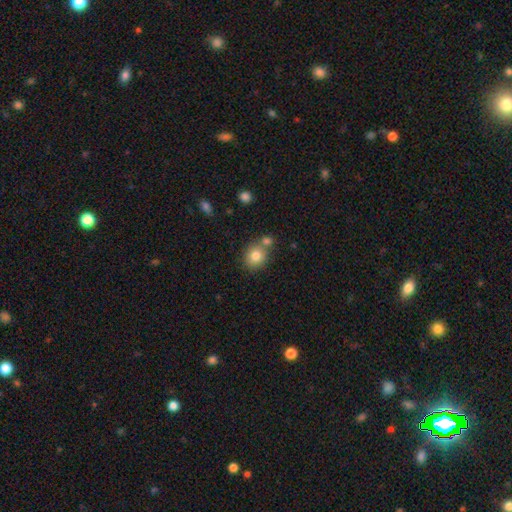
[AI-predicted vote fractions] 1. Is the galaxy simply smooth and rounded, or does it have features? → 80% smooth, 10% star or artifact, 9% featured or disk.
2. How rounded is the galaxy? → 74% round, 25% in between, 1% cigar-shaped.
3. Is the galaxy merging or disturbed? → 63% none, 24% merger, 10% minor disturbance, 3% major disturbance.